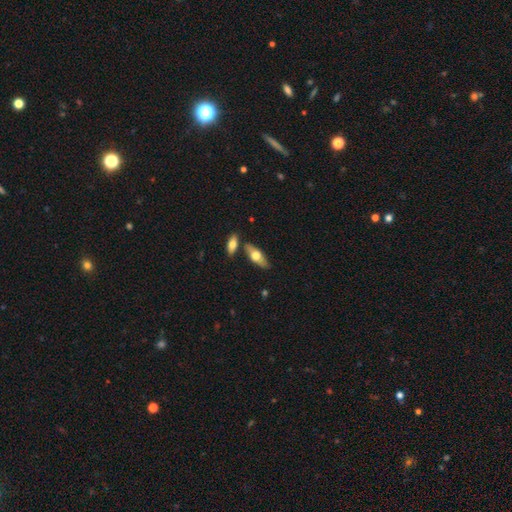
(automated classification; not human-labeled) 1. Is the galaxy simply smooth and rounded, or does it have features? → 59% smooth, 36% featured or disk, 5% star or artifact.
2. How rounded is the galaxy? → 71% in between, 26% cigar-shaped, 3% round.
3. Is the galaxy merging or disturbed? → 74% none, 12% merger, 11% minor disturbance, 3% major disturbance.